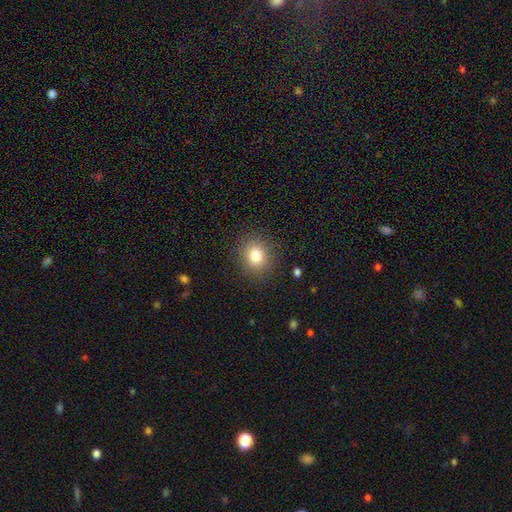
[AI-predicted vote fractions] Smooth or featured?
  - smooth: 81% *
  - star or artifact: 11%
  - featured or disk: 8%
How rounded?
  - round: 70% *
  - in between: 29%
  - cigar-shaped: 1%
Merging?
  - none: 87% *
  - minor disturbance: 9%
  - major disturbance: 3%
  - merger: 1%